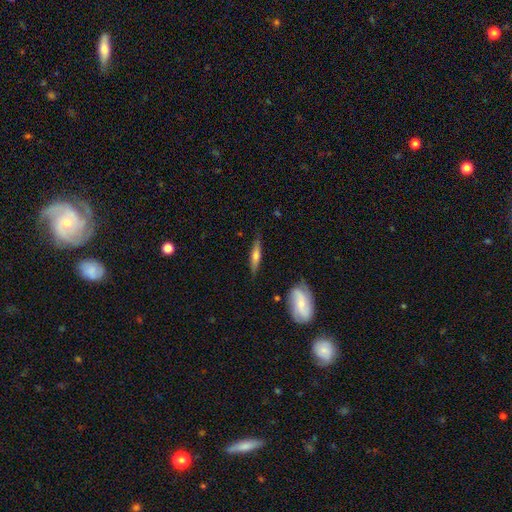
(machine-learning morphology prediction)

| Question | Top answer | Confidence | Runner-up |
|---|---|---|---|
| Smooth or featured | smooth | 49% | featured or disk (45%) |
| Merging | none | 82% | minor disturbance (13%) |